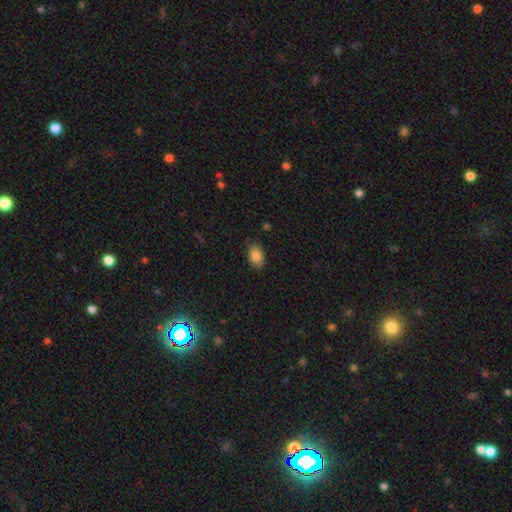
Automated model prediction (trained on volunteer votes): Smooth or featured?
  - smooth: 85% *
  - star or artifact: 8%
  - featured or disk: 7%
How rounded?
  - in between: 88% *
  - round: 11%
  - cigar-shaped: 1%
Merging?
  - none: 83% *
  - minor disturbance: 13%
  - major disturbance: 2%
  - merger: 1%